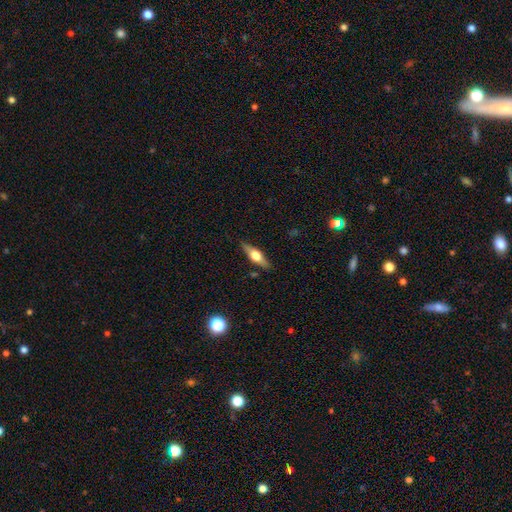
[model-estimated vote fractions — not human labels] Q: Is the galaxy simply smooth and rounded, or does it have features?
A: featured or disk — 56%.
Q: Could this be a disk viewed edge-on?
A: yes — 94%.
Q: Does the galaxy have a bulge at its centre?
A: rounded — 93%.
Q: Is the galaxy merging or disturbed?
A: none — 87%.